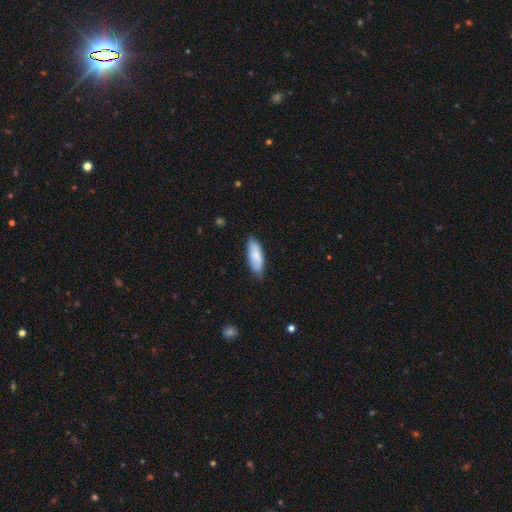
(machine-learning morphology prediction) Q: Smooth or featured?
A: smooth (75%); runner-up: featured or disk (19%)
Q: How rounded?
A: in between (71%); runner-up: cigar-shaped (27%)
Q: Merging?
A: none (73%); runner-up: minor disturbance (23%)